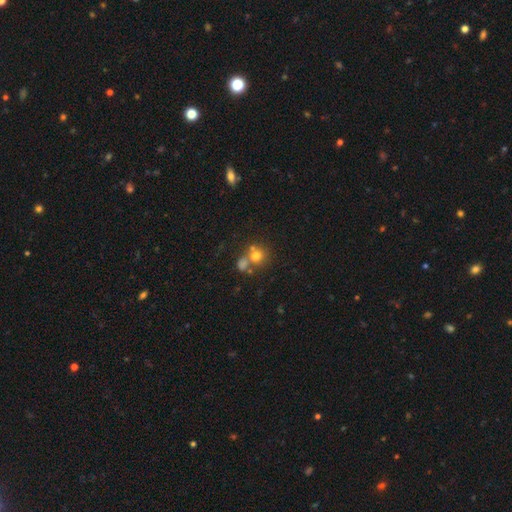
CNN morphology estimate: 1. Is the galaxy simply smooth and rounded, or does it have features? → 70% smooth, 16% star or artifact, 14% featured or disk.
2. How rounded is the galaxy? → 86% round, 13% in between, 1% cigar-shaped.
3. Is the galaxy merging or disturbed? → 50% none, 37% merger, 9% minor disturbance, 5% major disturbance.